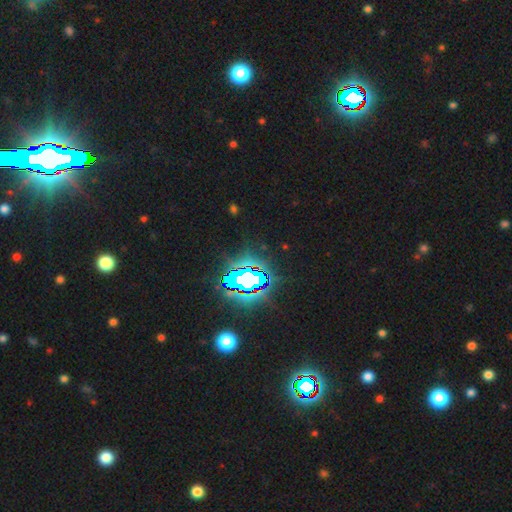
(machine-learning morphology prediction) Smooth or featured? star or artifact (83%)